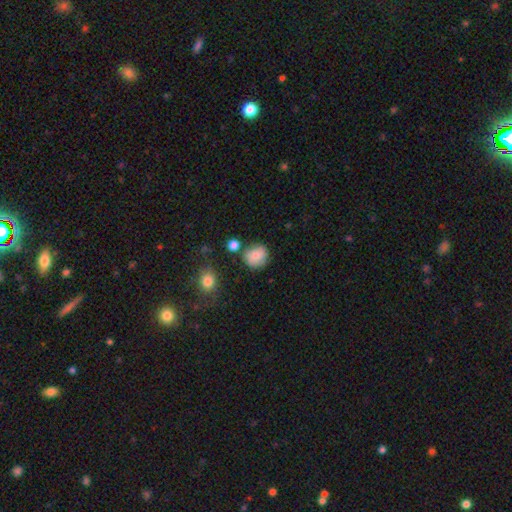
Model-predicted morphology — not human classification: Smooth or featured? smooth (78%)
How rounded? round (82%)
Merging? none (68%)